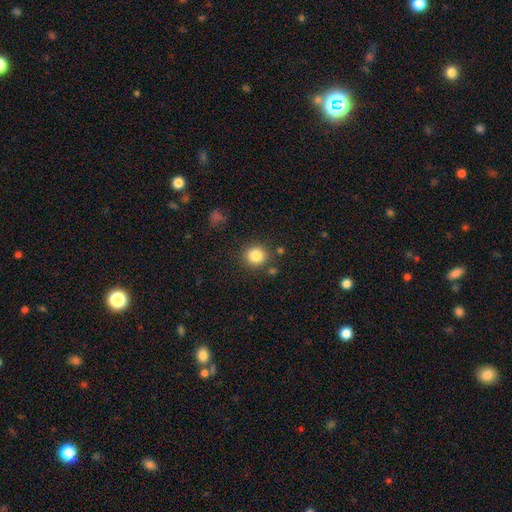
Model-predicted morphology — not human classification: This appears to be a smooth galaxy with no disk features (85%) that is round (89%). Merging: none (85%).